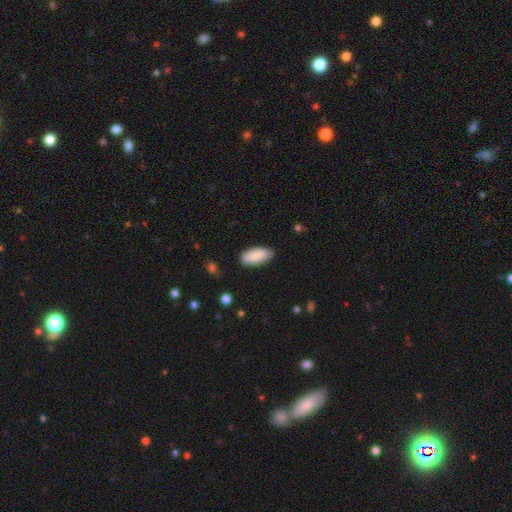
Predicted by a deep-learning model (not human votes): smooth-or-featured: smooth: 88% | star or artifact: 6% | featured or disk: 6%
  how-rounded: in between: 88% | cigar-shaped: 10% | round: 2%
  merging: none: 79% | minor disturbance: 16% | major disturbance: 3% | merger: 2%